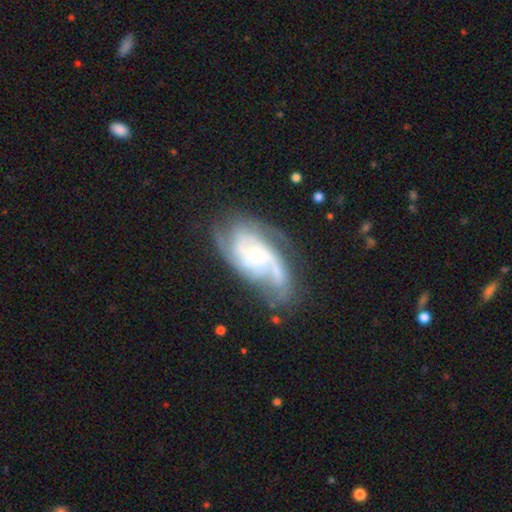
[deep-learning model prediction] featured or disk 85%, smooth 9%, star or artifact 6%. Down the decision tree: edge-on disk — no (96%); bar — no (56%); spiral arms — yes (95%); spiral arm count — 2 (31%, tied with 3); spiral winding — medium (45%); bulge size — small (58%); merging — none (60%).